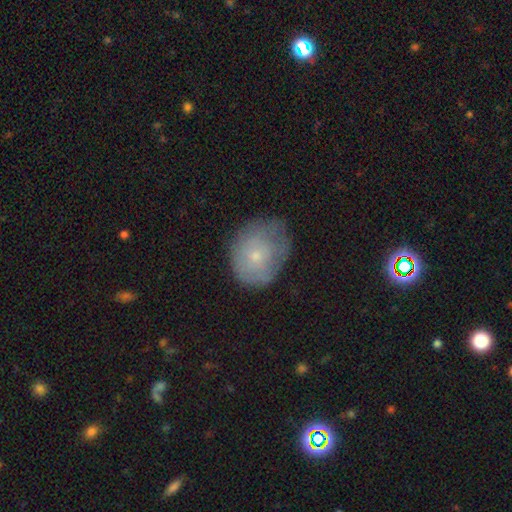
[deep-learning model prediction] Overall: smooth (59%; featured or disk 31%). How rounded: round (50%; in between 49%). Merging: none (56%; minor disturbance 31%).